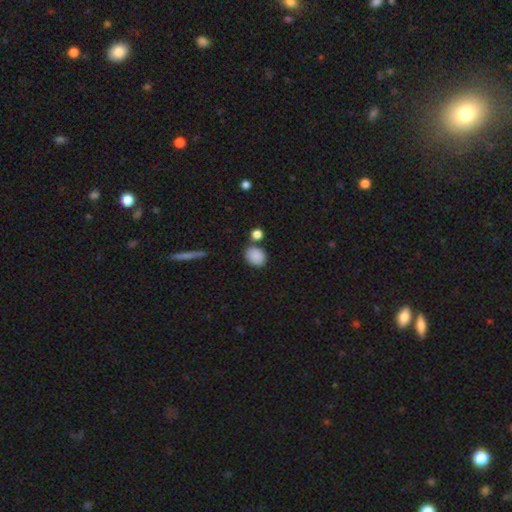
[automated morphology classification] type=smooth (87%); roundness=round (61%); merging=none (72%).